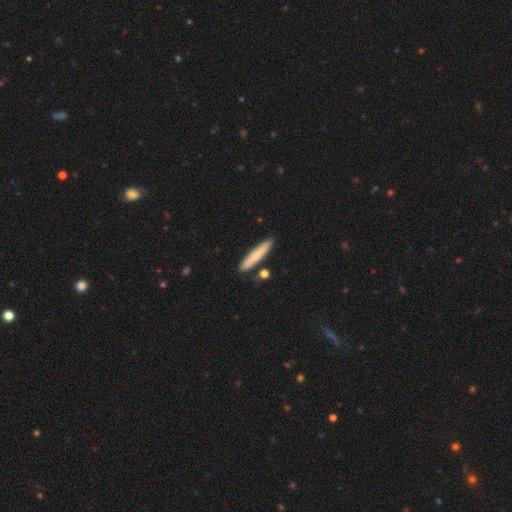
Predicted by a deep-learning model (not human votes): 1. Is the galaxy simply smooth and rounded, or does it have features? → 68% smooth, 26% featured or disk, 6% star or artifact.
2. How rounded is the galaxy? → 89% cigar-shaped, 10% in between, 2% round.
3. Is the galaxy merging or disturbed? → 82% none, 11% minor disturbance, 5% merger, 2% major disturbance.